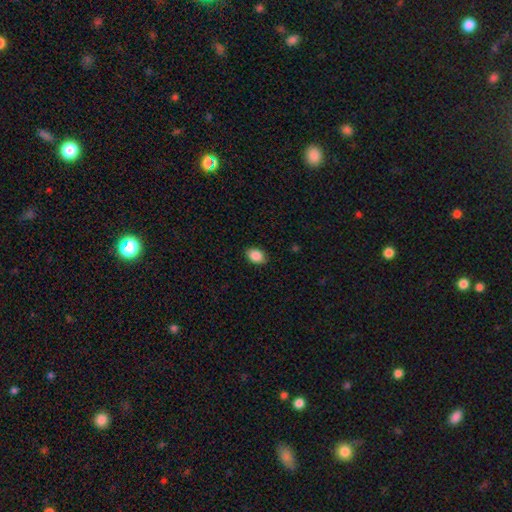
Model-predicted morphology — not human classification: The model was most divided on "how rounded": in between: 82%, round: 17%, cigar-shaped: 1%. More confident: smooth or featured — smooth (88%); merging — none (88%).